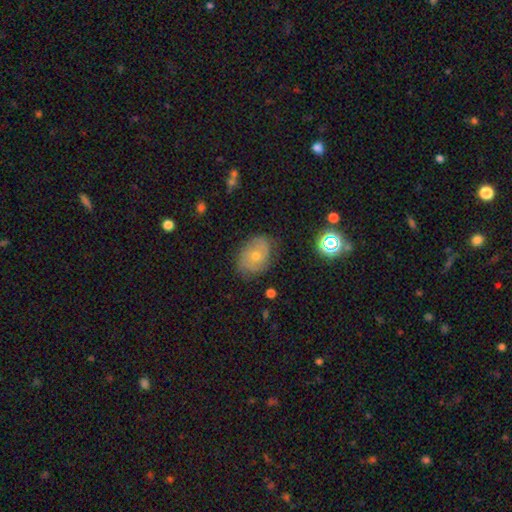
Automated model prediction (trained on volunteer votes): Morphology: type=featured or disk (50%); edge-on=no (95%); merging=none (76%).